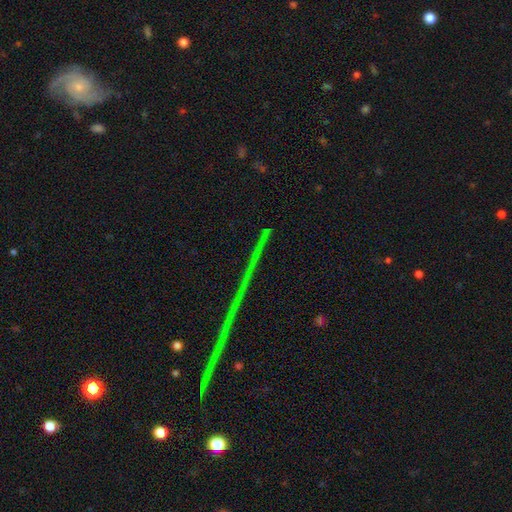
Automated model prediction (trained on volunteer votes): Smooth or featured? star or artifact (70%)